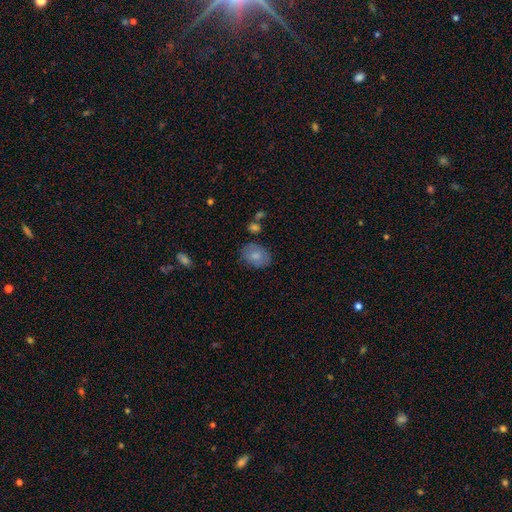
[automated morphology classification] This appears to be a smooth galaxy with no disk features (76%) that is in between round and cigar-shaped (70%). Merging: none (75%).